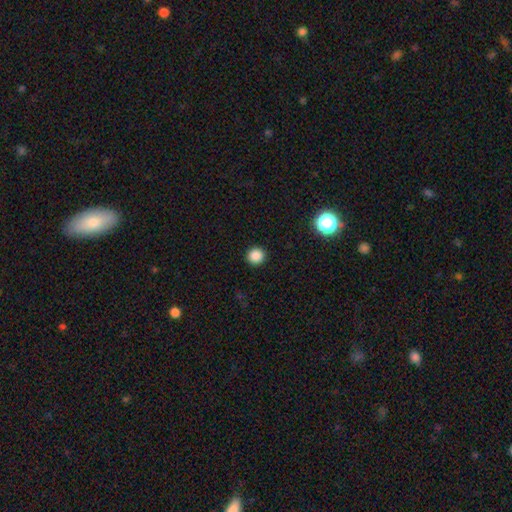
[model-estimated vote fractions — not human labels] The model was most divided on "smooth or featured": smooth: 86%, star or artifact: 11%, featured or disk: 3%. More confident: how rounded — round (94%); merging — none (93%).